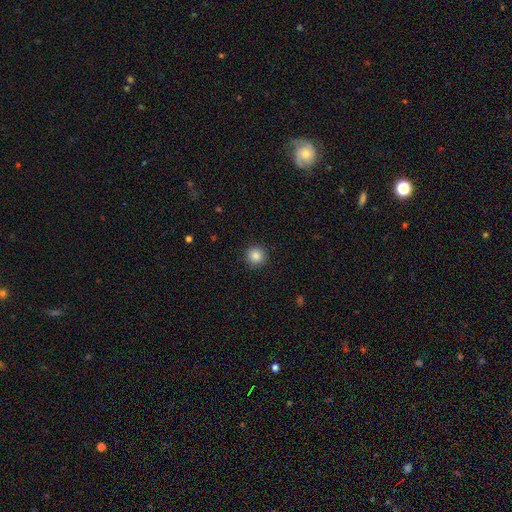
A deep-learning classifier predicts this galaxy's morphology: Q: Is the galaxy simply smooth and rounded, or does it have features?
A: smooth — 86%.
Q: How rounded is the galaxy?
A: round — 95%.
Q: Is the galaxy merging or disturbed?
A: none — 92%.